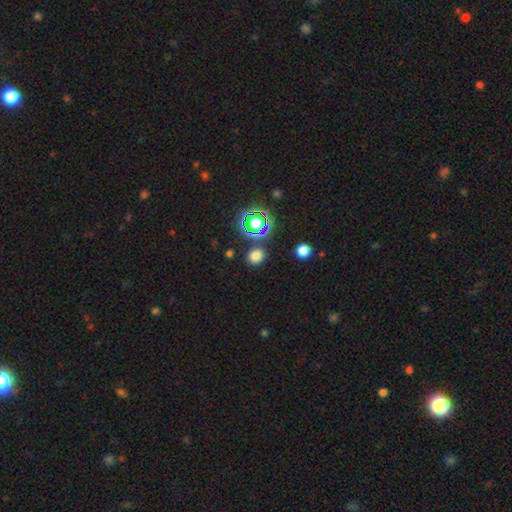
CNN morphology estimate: smooth-or-featured: smooth: 71% | star or artifact: 24% | featured or disk: 6%
  how-rounded: round: 77% | in between: 22% | cigar-shaped: 1%
  merging: none: 84% | minor disturbance: 8% | merger: 5% | major disturbance: 3%